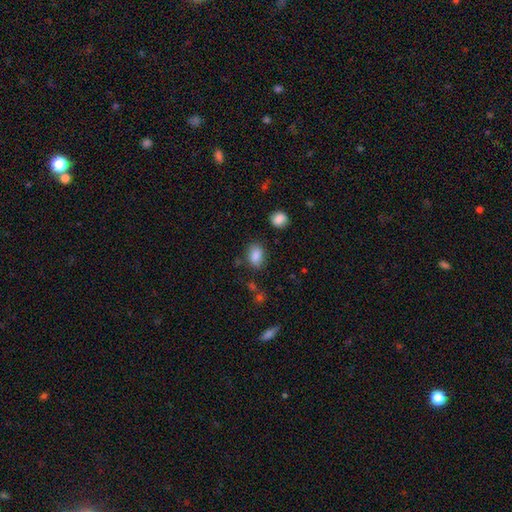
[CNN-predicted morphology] Q: Smooth or featured?
A: smooth (86%); runner-up: star or artifact (9%)
Q: How rounded?
A: in between (79%); runner-up: round (19%)
Q: Merging?
A: none (78%); runner-up: minor disturbance (15%)